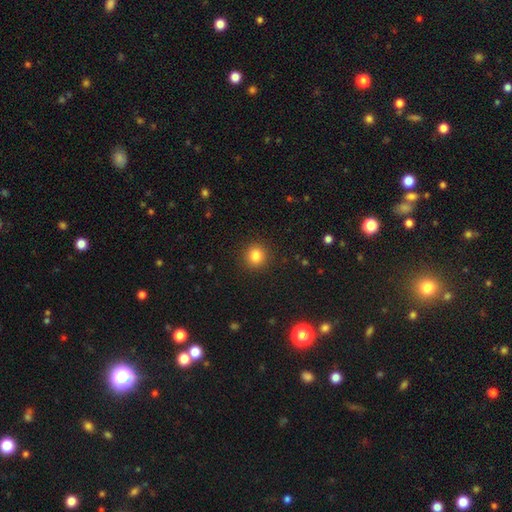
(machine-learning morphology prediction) Smooth or featured?
  - smooth: 83% *
  - star or artifact: 12%
  - featured or disk: 5%
How rounded?
  - round: 92% *
  - in between: 7%
  - cigar-shaped: 1%
Merging?
  - none: 91% *
  - minor disturbance: 6%
  - major disturbance: 2%
  - merger: 1%